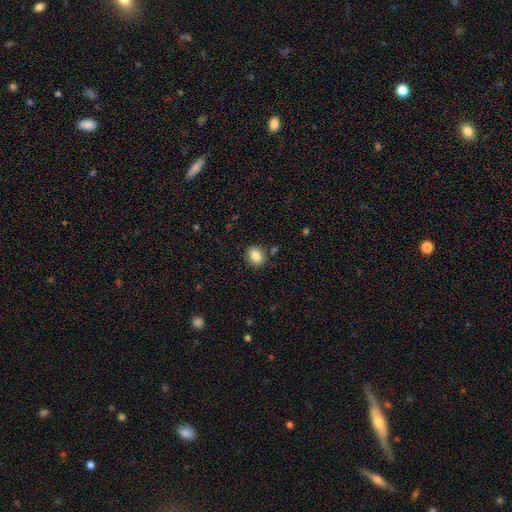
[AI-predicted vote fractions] This is clearly a smooth galaxy (84%). How rounded: possibly in between (52%). Merging: clearly none (84%).